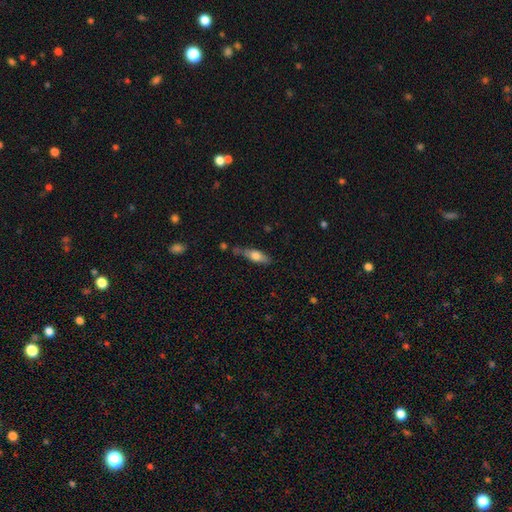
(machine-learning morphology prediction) This appears to be a smooth galaxy with no disk features (63%) that is in between round and cigar-shaped (50%). Merging: none (59%).